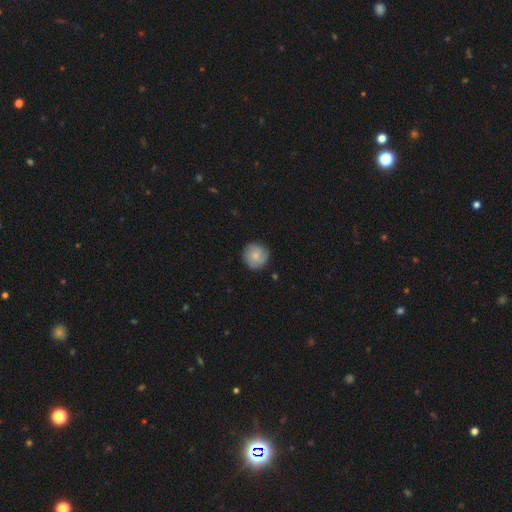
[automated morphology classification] This is likely a smooth galaxy (77%). How rounded: clearly round (95%). Merging: clearly none (86%).